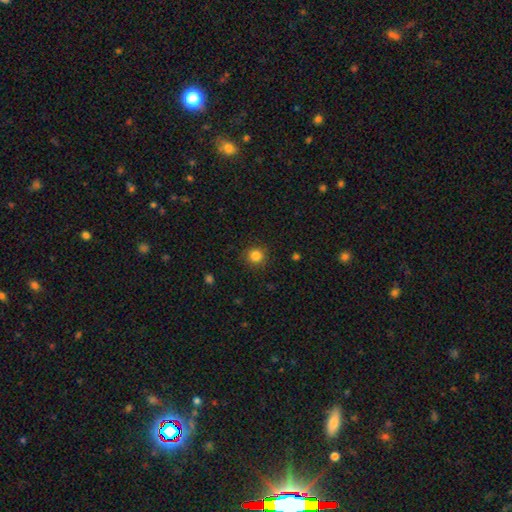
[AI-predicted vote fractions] A smooth galaxy with no disk features (84%) that is round (93%).

Vote fractions:
- Smooth or featured? smooth: 84% / star or artifact: 12% / featured or disk: 4%
- How rounded? round: 93% / in between: 6% / cigar-shaped: 1%
- Merging? none: 89% / minor disturbance: 8% / major disturbance: 3% / merger: 1%